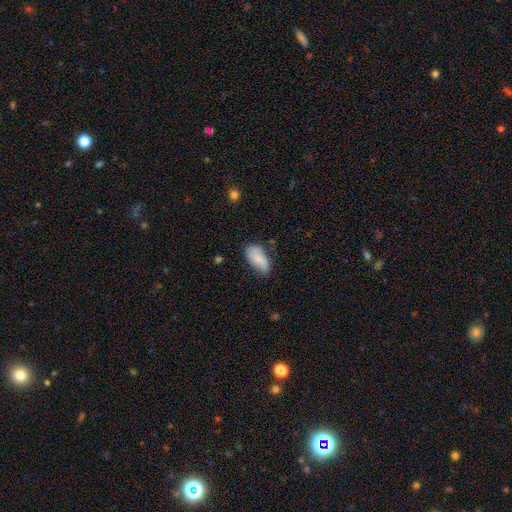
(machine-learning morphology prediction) This appears to be a smooth galaxy with no disk features (70%) that is in between round and cigar-shaped (93%). Merging: none (61%).